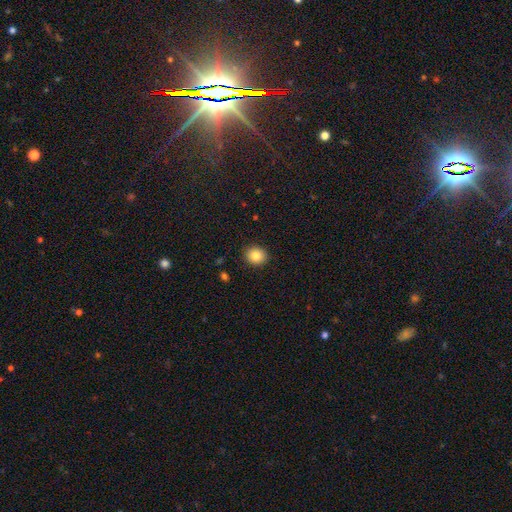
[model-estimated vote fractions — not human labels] Smooth or featured? smooth (84%)
How rounded? round (78%)
Merging? none (91%)